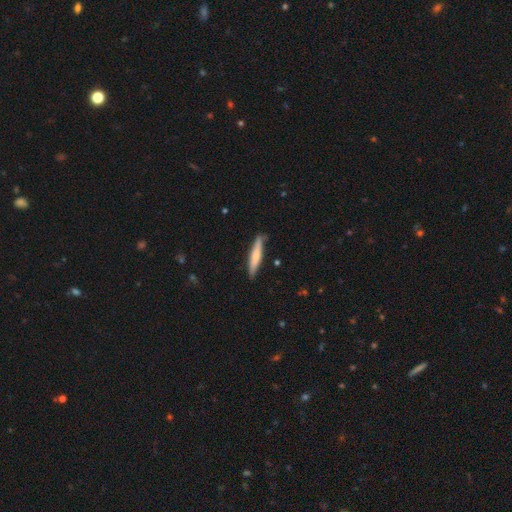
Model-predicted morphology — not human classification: Smooth or featured: smooth — 67% (featured or disk — 28%)
How rounded: cigar-shaped — 90% (in between — 8%)
Merging: none — 80% (minor disturbance — 15%)